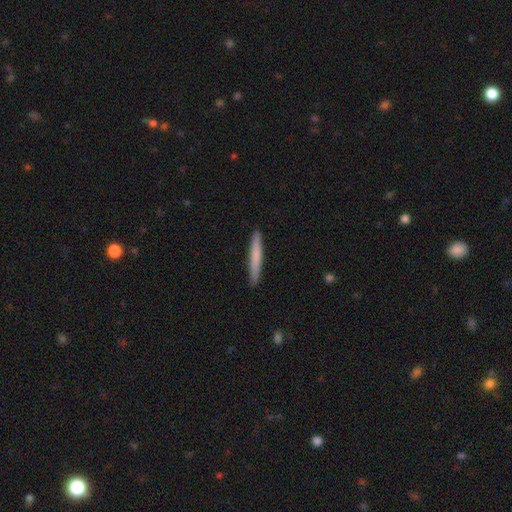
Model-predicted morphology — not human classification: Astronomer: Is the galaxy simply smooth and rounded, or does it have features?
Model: smooth — 71%.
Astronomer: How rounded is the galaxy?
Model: cigar-shaped — 96%.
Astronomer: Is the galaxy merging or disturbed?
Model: none — 91%.